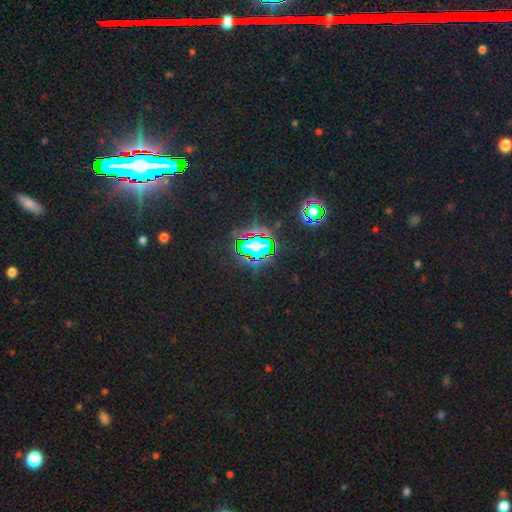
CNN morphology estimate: This appears to be a star or artifact, not a galaxy (84%).